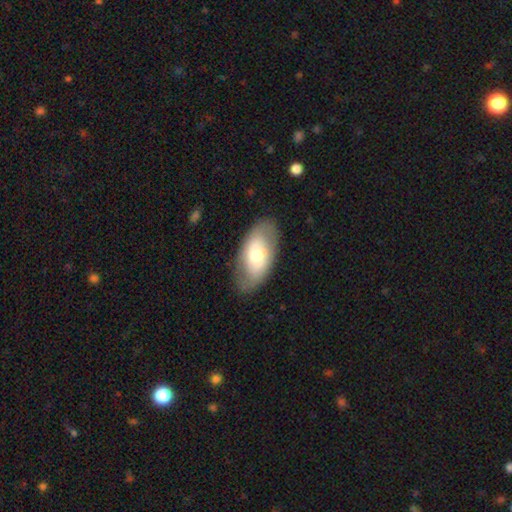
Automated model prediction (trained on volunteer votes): Morphology: type=smooth (53%); roundness=in between (93%); merging=none (79%).